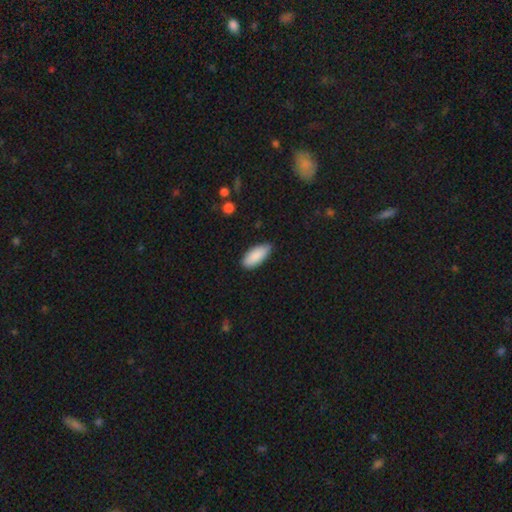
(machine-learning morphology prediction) The model was most divided on "merging": none: 82%, minor disturbance: 15%, major disturbance: 2%, merger: 1%. More confident: smooth or featured — smooth (89%); how rounded — in between (87%).